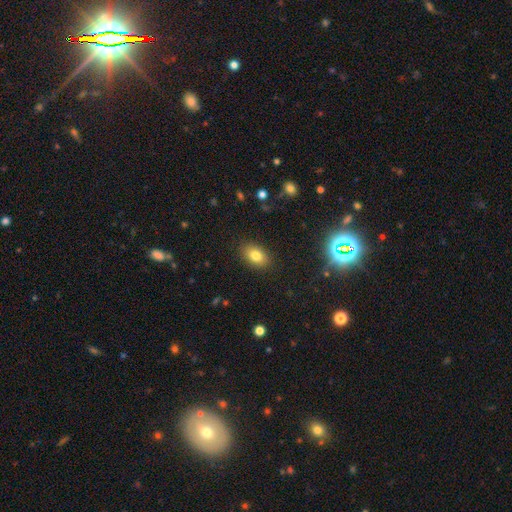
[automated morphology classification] Smooth or featured?
  - smooth: 80% *
  - star or artifact: 10%
  - featured or disk: 10%
How rounded?
  - in between: 85% *
  - round: 14%
  - cigar-shaped: 2%
Merging?
  - none: 87% *
  - minor disturbance: 9%
  - major disturbance: 3%
  - merger: 1%